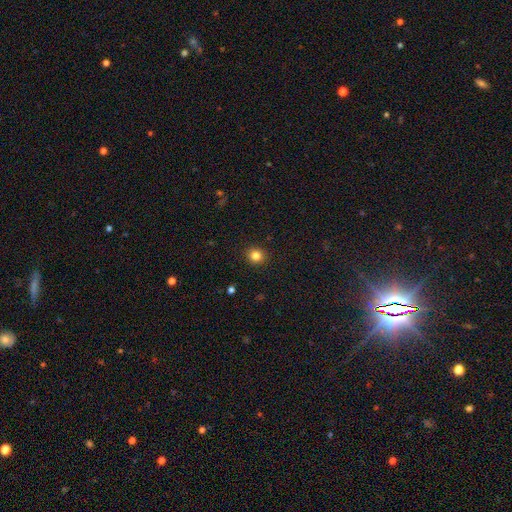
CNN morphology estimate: Smooth or featured? smooth (83%)
How rounded? round (88%)
Merging? none (92%)